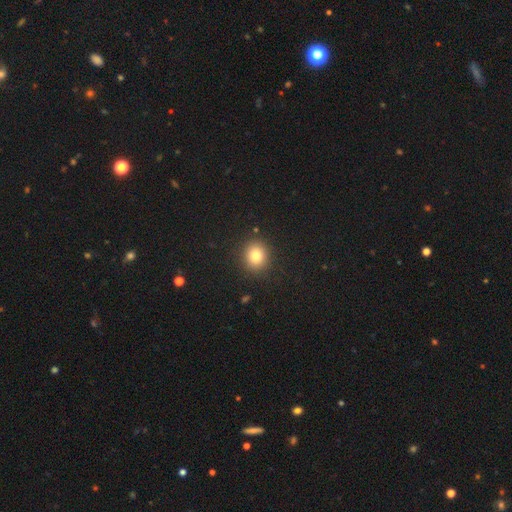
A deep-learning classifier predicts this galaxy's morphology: smooth-or-featured: smooth: 80% | star or artifact: 12% | featured or disk: 8%
  how-rounded: round: 79% | in between: 20% | cigar-shaped: 1%
  merging: none: 90% | minor disturbance: 7% | major disturbance: 2% | merger: 1%